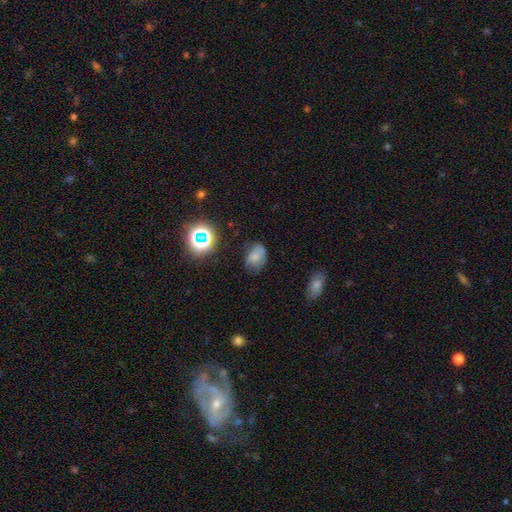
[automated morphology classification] This appears to be a smooth galaxy with no disk features (66%) that is in between round and cigar-shaped (73%). Merging: none (55%).